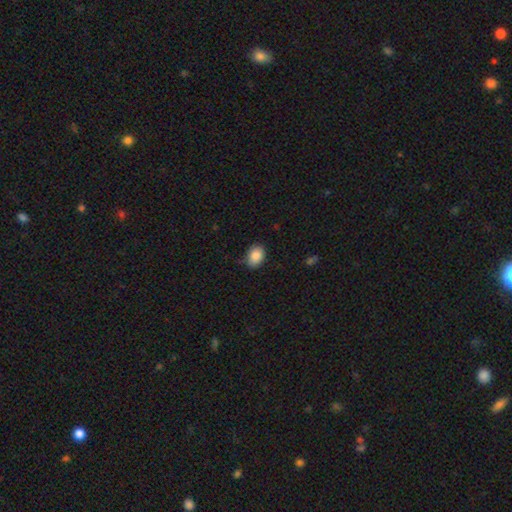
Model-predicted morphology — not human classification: Smooth or featured? smooth (88%)
How rounded? in between (77%)
Merging? none (76%)